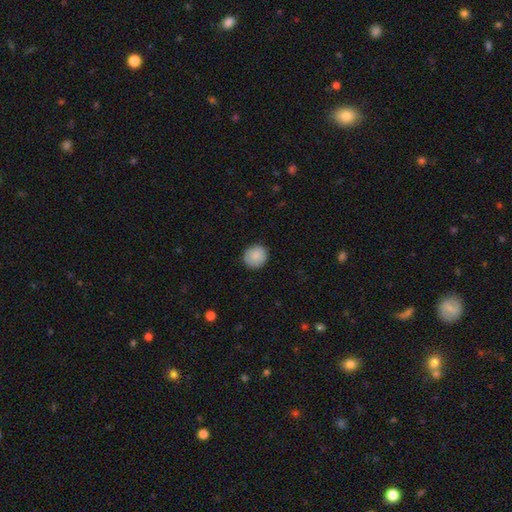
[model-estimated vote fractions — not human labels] smooth_or_featured: smooth (p=0.88) [alt: star or artifact p=0.07]
how_rounded: round (p=0.91) [alt: in between p=0.08]
merging: none (p=0.89) [alt: minor disturbance p=0.08]